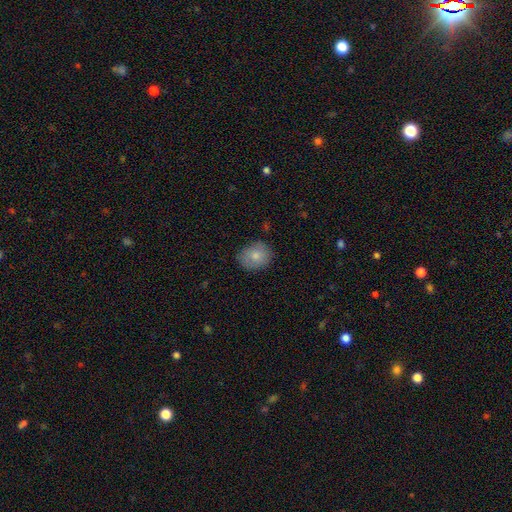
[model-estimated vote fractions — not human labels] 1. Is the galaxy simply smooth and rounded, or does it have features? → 80% smooth, 13% featured or disk, 8% star or artifact.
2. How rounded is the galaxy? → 60% round, 39% in between, 1% cigar-shaped.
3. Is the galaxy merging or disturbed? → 78% none, 17% minor disturbance, 4% major disturbance, 1% merger.